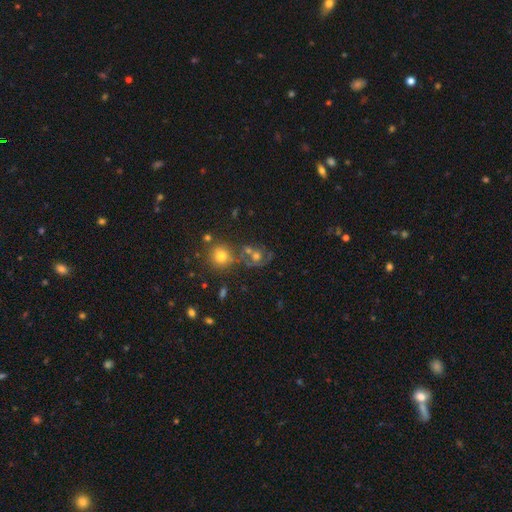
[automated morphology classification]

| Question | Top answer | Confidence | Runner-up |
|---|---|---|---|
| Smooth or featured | smooth | 41% | featured or disk (36%) |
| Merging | none | 46% | merger (27%) |